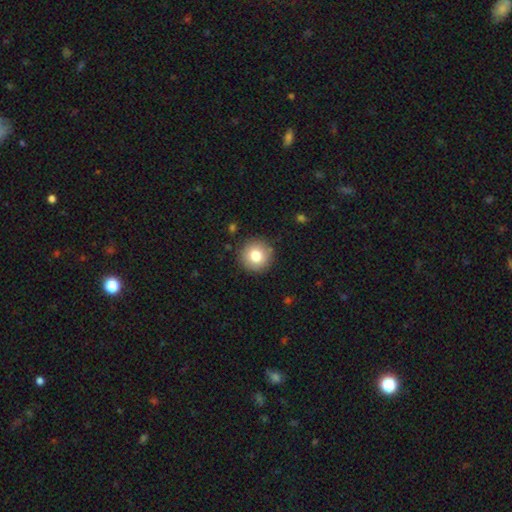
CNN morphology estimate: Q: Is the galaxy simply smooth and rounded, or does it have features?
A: smooth — 79%.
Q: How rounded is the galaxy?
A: round — 95%.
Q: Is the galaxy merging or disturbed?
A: none — 90%.